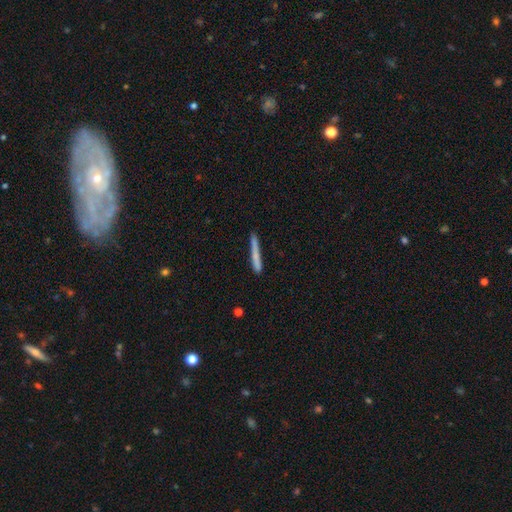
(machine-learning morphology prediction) Overall: smooth (68%). How rounded: cigar-shaped (96%). Merging: none (83%).